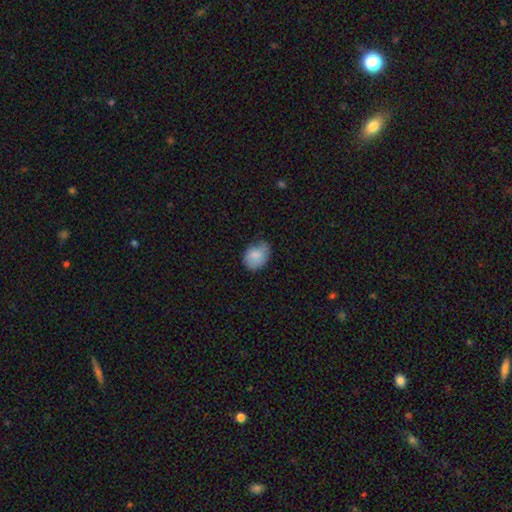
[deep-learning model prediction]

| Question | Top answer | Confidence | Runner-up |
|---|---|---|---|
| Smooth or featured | smooth | 82% | featured or disk (11%) |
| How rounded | in between | 65% | round (34%) |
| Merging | none | 54% | minor disturbance (37%) |